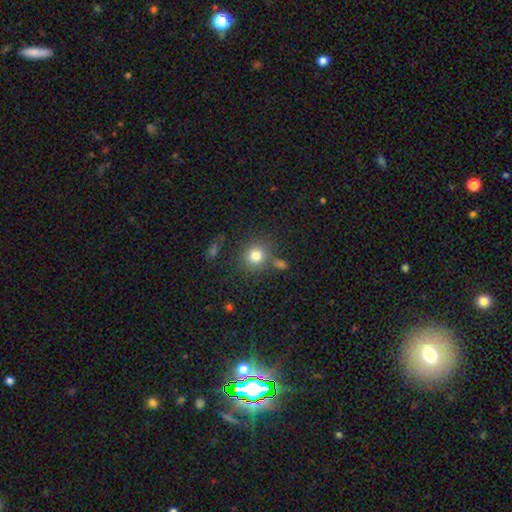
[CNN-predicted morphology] This appears to be a smooth galaxy with no disk features (79%) that is round (86%). Merging: none (75%).